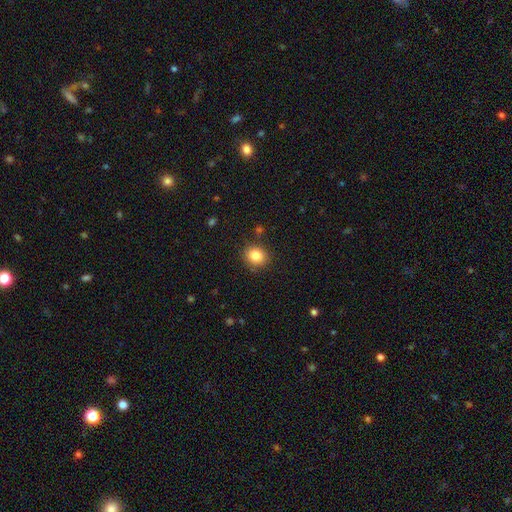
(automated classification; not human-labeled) The model was most divided on "how rounded": round: 77%, in between: 23%, cigar-shaped: 1%. More confident: merging — none (87%); smooth or featured — smooth (84%).